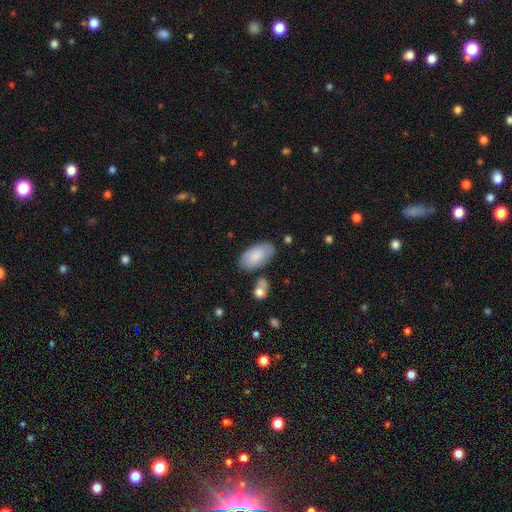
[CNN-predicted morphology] A smooth galaxy with no disk features (79%) that is in between round and cigar-shaped (95%).

Vote fractions:
- Smooth or featured? smooth: 79% / featured or disk: 15% / star or artifact: 6%
- How rounded? in between: 95% / round: 3% / cigar-shaped: 2%
- Merging? none: 72% / minor disturbance: 18% / merger: 7% / major disturbance: 4%